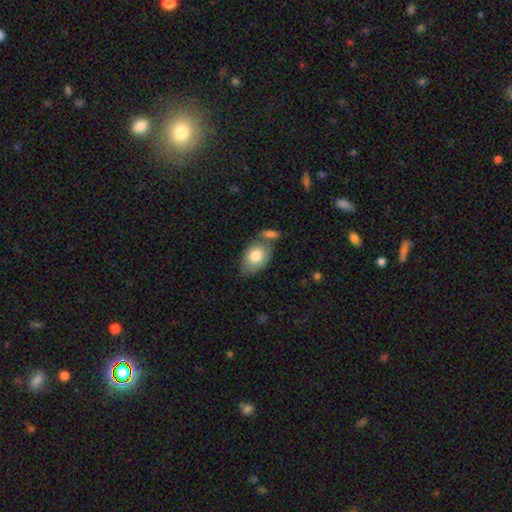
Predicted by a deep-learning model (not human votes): The model was most divided on "merging": none: 51%, merger: 23%, minor disturbance: 20%, major disturbance: 6%. More confident: how rounded — in between (86%); smooth or featured — smooth (77%).